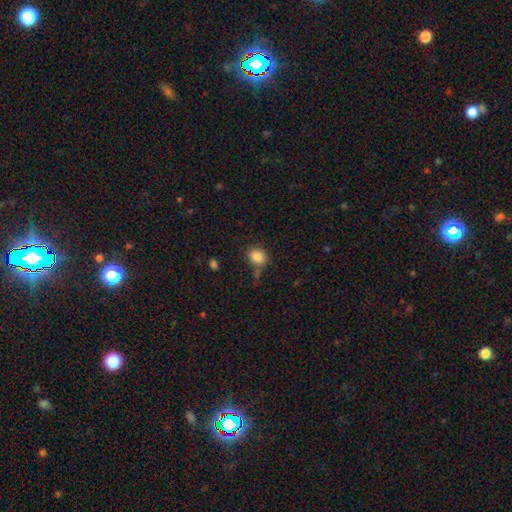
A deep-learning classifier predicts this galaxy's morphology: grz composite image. It shows a smooth galaxy with no disk features (85%) that is round (71%). Merging: none (75%).